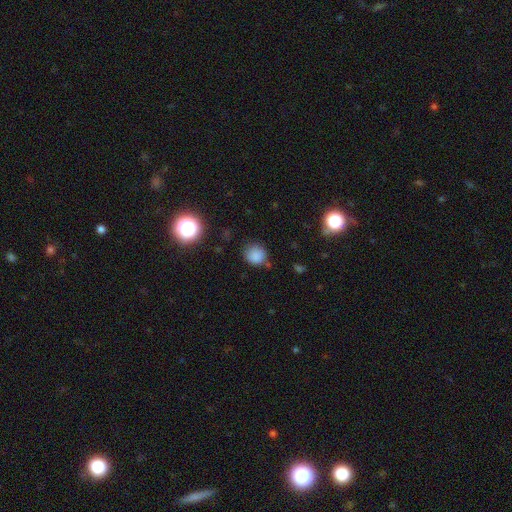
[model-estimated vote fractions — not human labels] A smooth galaxy with no disk features (81%) that is round (86%). Merging: none (75%).